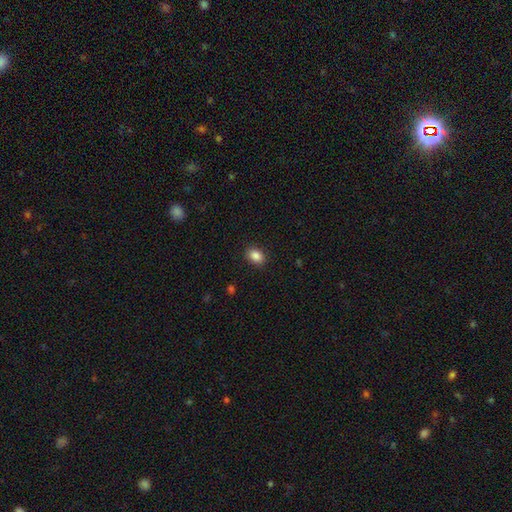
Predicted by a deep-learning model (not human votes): The model was most divided on "how rounded": in between: 74%, round: 24%, cigar-shaped: 1%. More confident: merging — none (88%); smooth or featured — smooth (88%).